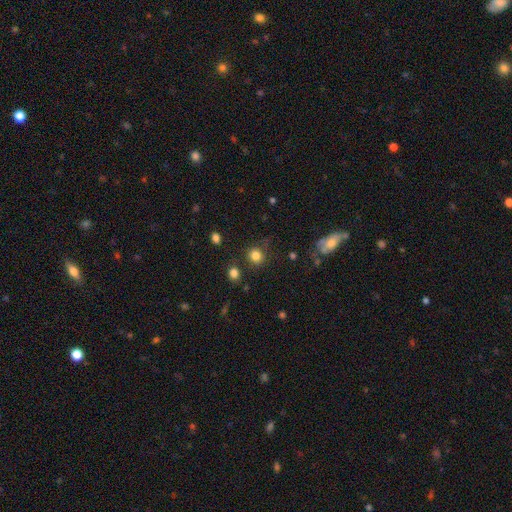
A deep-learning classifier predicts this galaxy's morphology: A smooth galaxy with no disk features (82%) that is round (88%).

Vote fractions:
- Smooth or featured? smooth: 82% / star or artifact: 13% / featured or disk: 6%
- How rounded? round: 88% / in between: 11% / cigar-shaped: 1%
- Merging? none: 80% / minor disturbance: 11% / major disturbance: 5% / merger: 4%